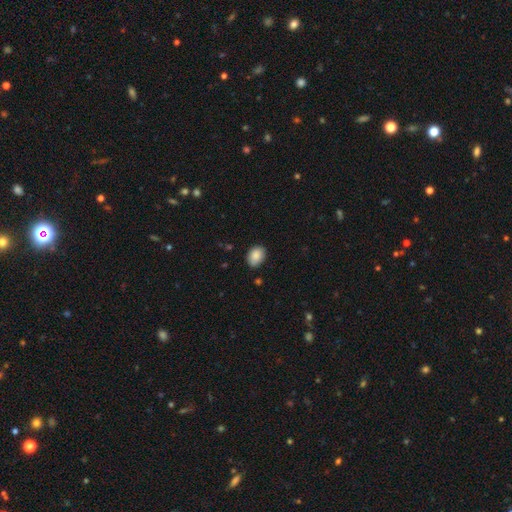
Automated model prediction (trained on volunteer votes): A smooth galaxy with no disk features (88%) that is in between round and cigar-shaped (70%). Merging: none (82%).